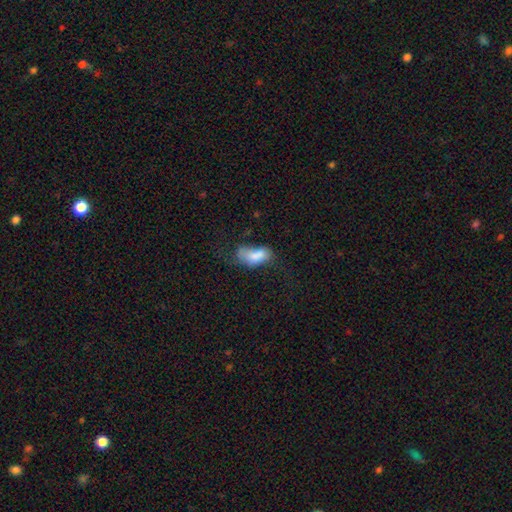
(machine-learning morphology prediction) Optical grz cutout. It shows a smooth galaxy with no disk features (72%) that is in between round and cigar-shaped (90%). Merging: major disturbance (32%).